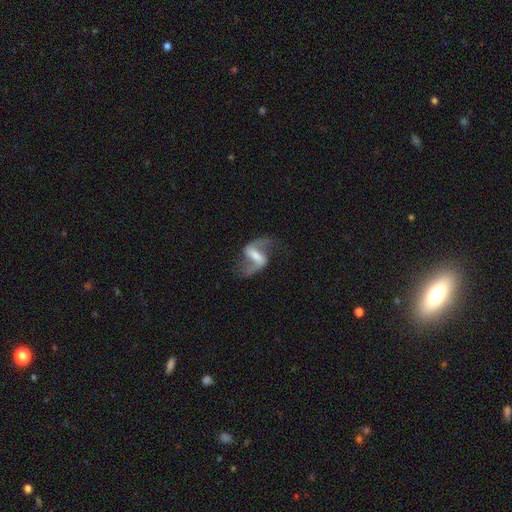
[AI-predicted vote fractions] Smooth or featured: featured or disk — 86% (smooth — 9%)
Edge-on disk: no — 95% (yes — 5%)
Bar: strong — 59% (weak — 32%)
Spiral arms: yes — 94% (no — 6%)
Spiral winding: loose — 67% (medium — 27%)
Spiral arm count: 2 — 93% (1 — 2%)
Bulge size: moderate — 35% (small — 32%)
Merging: none — 73% (minor disturbance — 14%)